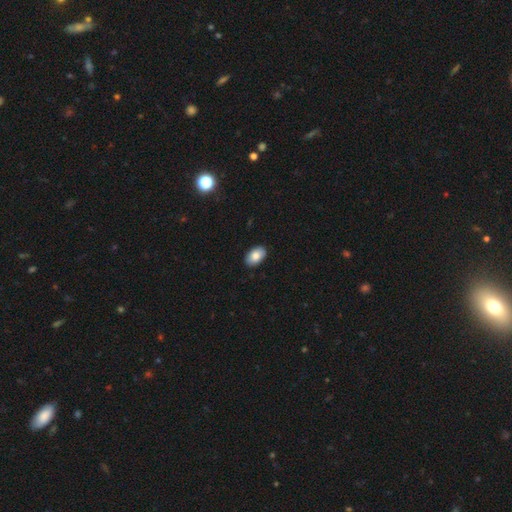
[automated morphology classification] A smooth galaxy with no disk features (84%) that is in between round and cigar-shaped (92%).

Vote fractions:
- Smooth or featured? smooth: 84% / featured or disk: 9% / star or artifact: 7%
- How rounded? in between: 92% / round: 7% / cigar-shaped: 1%
- Merging? none: 90% / minor disturbance: 7% / major disturbance: 2% / merger: 1%